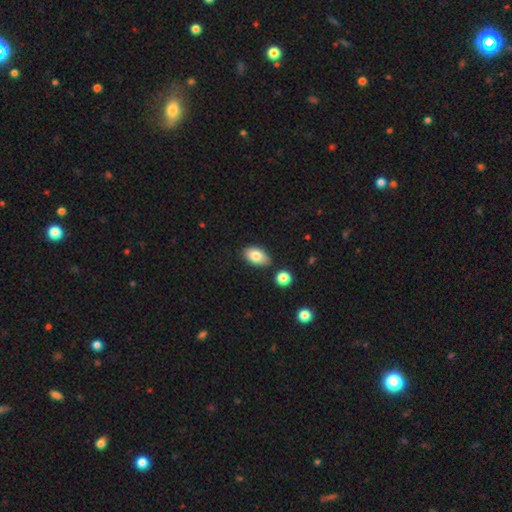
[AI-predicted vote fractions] This appears to be a smooth galaxy with no disk features (82%) that is in between round and cigar-shaped (92%). Merging: none (80%).